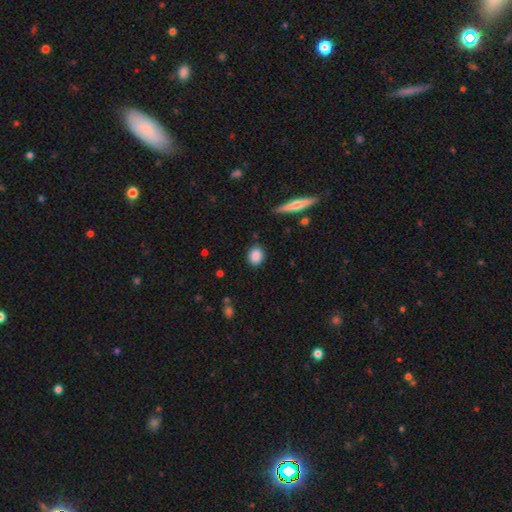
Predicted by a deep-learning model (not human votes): Morphology: type=smooth (87%); roundness=round (66%); merging=none (86%).